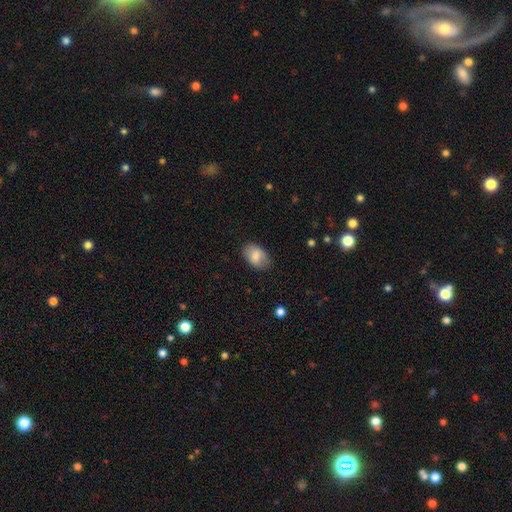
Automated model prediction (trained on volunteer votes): Smooth or featured: smooth — 82% (featured or disk — 11%)
How rounded: in between — 87% (round — 12%)
Merging: none — 82% (minor disturbance — 13%)